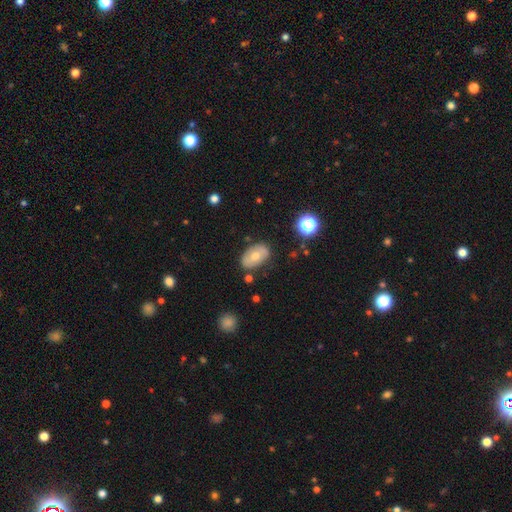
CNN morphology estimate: A smooth galaxy with no disk features (60%) that is in between round and cigar-shaped (88%).

Vote fractions:
- Smooth or featured? smooth: 60% / featured or disk: 32% / star or artifact: 8%
- How rounded? in between: 88% / round: 10% / cigar-shaped: 1%
- Merging? none: 76% / minor disturbance: 16% / major disturbance: 4% / merger: 3%